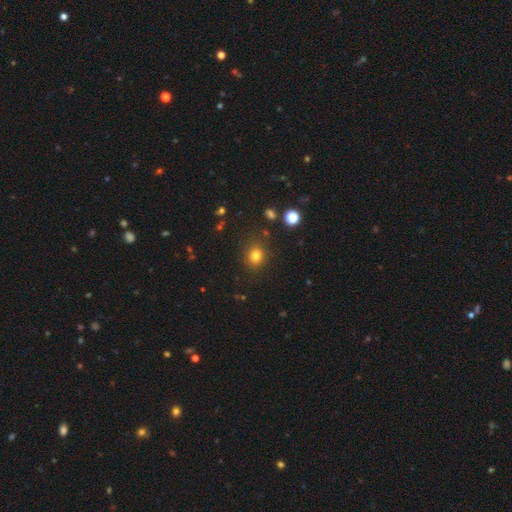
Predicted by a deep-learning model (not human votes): Q: Smooth or featured?
A: smooth (79%); runner-up: star or artifact (15%)
Q: How rounded?
A: round (73%); runner-up: in between (26%)
Q: Merging?
A: none (84%); runner-up: minor disturbance (10%)